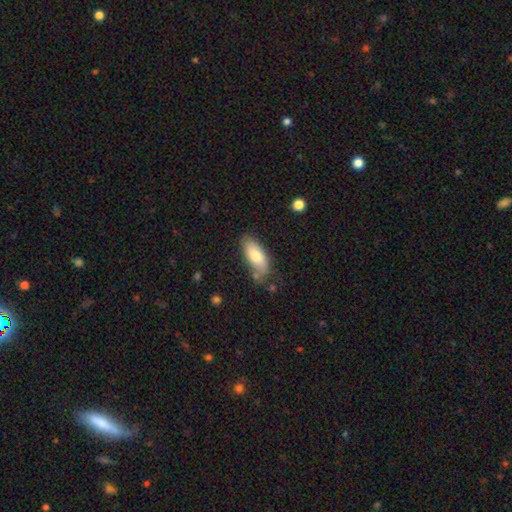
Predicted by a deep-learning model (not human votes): Smooth or featured: smooth — 77% (featured or disk — 17%)
How rounded: in between — 82% (cigar-shaped — 16%)
Merging: none — 70% (minor disturbance — 21%)